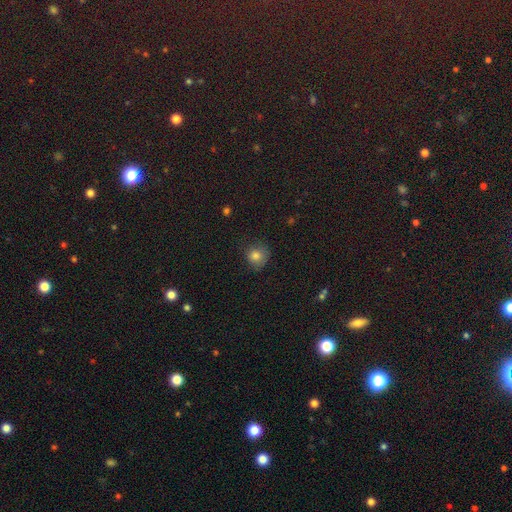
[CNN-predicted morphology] This is clearly a smooth galaxy (81%). How rounded: clearly round (87%). Merging: likely none (71%).